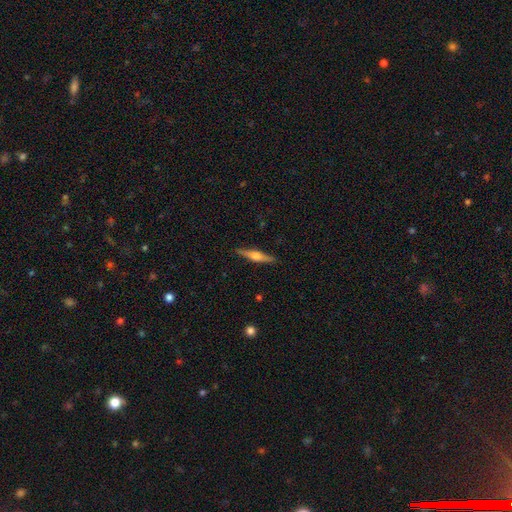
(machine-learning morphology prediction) The model was most divided on "smooth or featured": featured or disk: 66%, smooth: 28%, star or artifact: 6%. More confident: edge-on disk — yes (98%); merging — none (90%); edge-on bulge — rounded (87%).